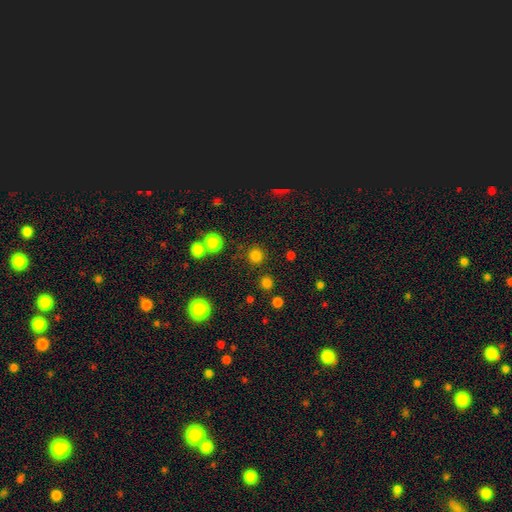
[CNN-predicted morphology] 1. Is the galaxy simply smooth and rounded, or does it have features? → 80% smooth, 16% star or artifact, 4% featured or disk.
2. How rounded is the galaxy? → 91% round, 8% in between, 1% cigar-shaped.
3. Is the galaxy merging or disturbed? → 84% none, 7% minor disturbance, 6% merger, 3% major disturbance.